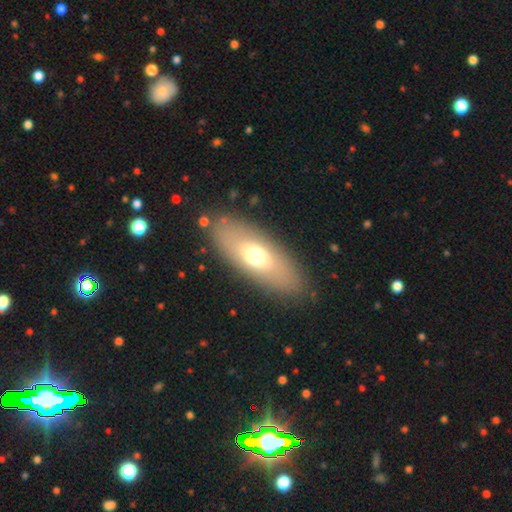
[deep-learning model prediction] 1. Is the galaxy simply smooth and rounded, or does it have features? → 61% smooth, 32% featured or disk, 7% star or artifact.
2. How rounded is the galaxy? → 80% in between, 17% cigar-shaped, 3% round.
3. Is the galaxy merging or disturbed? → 86% none, 9% minor disturbance, 4% major disturbance, 2% merger.